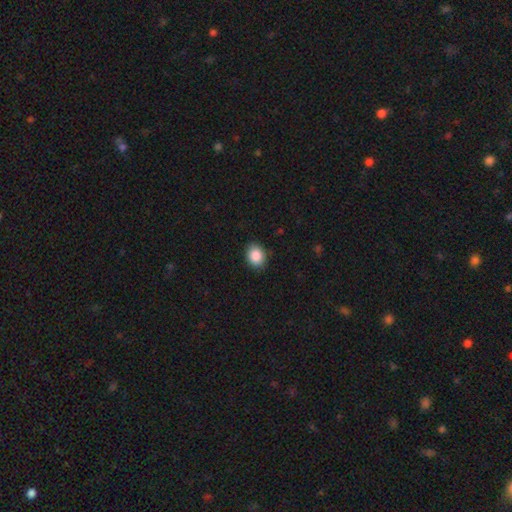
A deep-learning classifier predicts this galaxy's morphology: Q: Smooth or featured?
A: smooth (88%); runner-up: star or artifact (8%)
Q: How rounded?
A: in between (51%); runner-up: round (49%)
Q: Merging?
A: none (88%); runner-up: minor disturbance (9%)